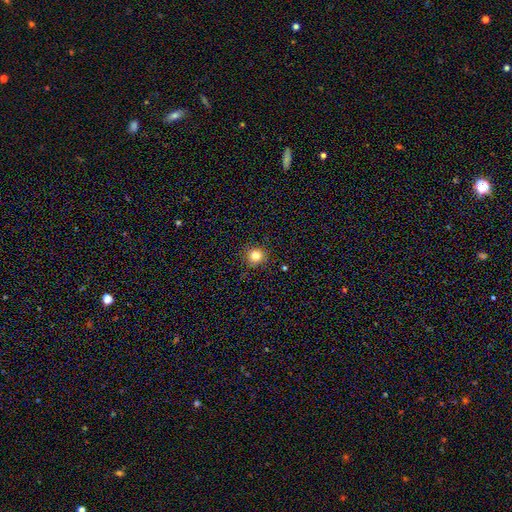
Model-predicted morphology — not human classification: Smooth or featured?
  - smooth: 81% *
  - star or artifact: 13%
  - featured or disk: 6%
How rounded?
  - round: 94% *
  - in between: 5%
  - cigar-shaped: 1%
Merging?
  - none: 90% *
  - minor disturbance: 6%
  - major disturbance: 2%
  - merger: 1%